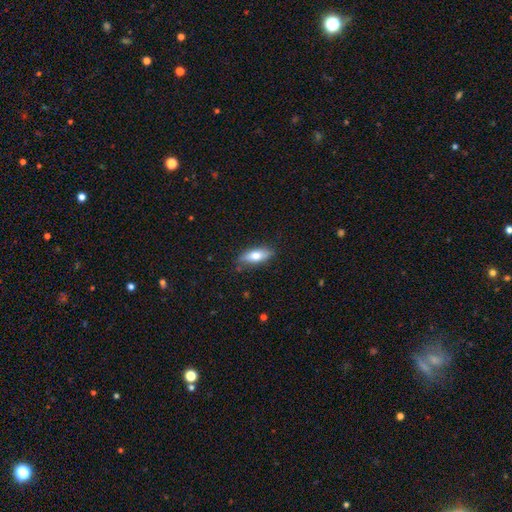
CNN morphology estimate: A smooth galaxy with no disk features (72%) that is in between round and cigar-shaped (69%). Merging: none (80%).